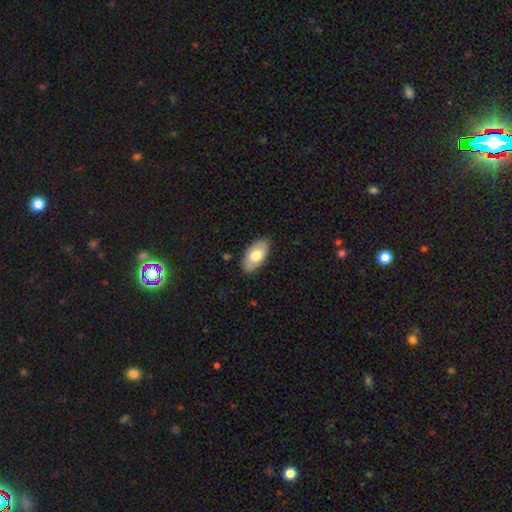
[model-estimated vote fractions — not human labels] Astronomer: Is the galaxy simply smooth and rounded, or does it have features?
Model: smooth — 69%.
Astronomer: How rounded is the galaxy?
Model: in between — 94%.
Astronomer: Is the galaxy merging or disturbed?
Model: none — 83%.